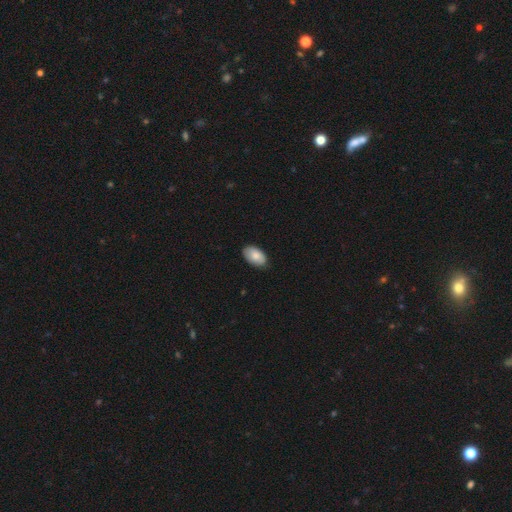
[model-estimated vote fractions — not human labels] A smooth galaxy with no disk features (81%) that is in between round and cigar-shaped (94%).

Vote fractions:
- Smooth or featured? smooth: 81% / featured or disk: 13% / star or artifact: 6%
- How rounded? in between: 94% / round: 5% / cigar-shaped: 1%
- Merging? none: 85% / minor disturbance: 12% / major disturbance: 2% / merger: 1%